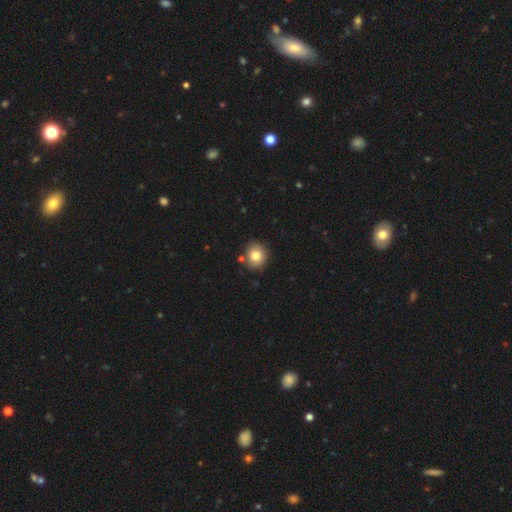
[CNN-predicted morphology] Smooth or featured? smooth (81%)
How rounded? round (81%)
Merging? none (84%)